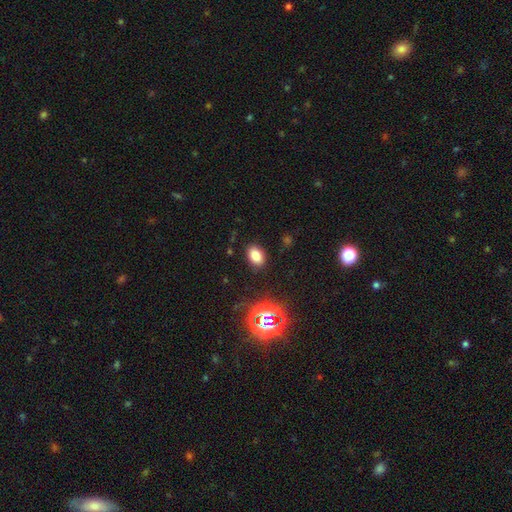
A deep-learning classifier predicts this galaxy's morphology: This is likely a smooth galaxy (77%). How rounded: clearly in between (85%). Merging: clearly none (87%).